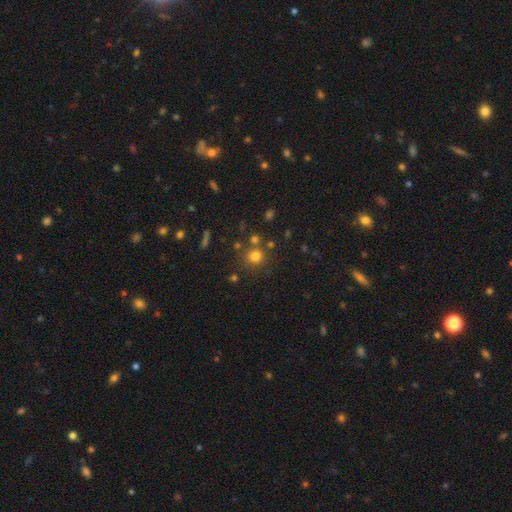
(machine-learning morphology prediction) Smooth or featured? smooth (76%)
How rounded? round (92%)
Merging? none (76%)